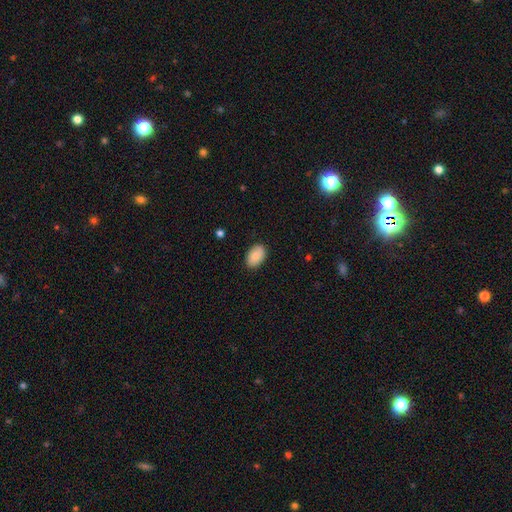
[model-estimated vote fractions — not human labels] A smooth galaxy with no disk features (87%) that is in between round and cigar-shaped (90%). Merging: none (85%).